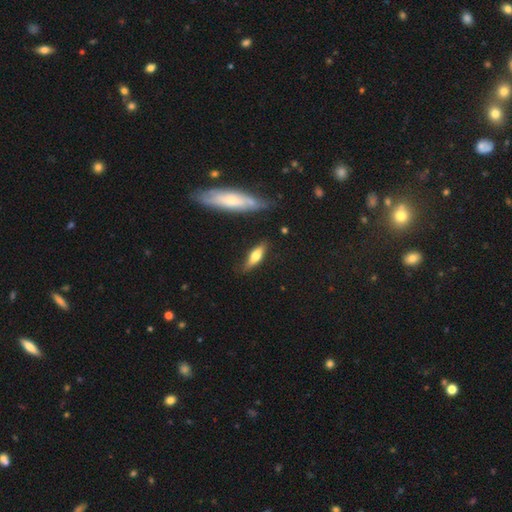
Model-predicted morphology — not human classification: smooth_or_featured: smooth (p=0.59) [alt: featured or disk p=0.35]
how_rounded: cigar-shaped (p=0.50) [alt: in between p=0.47]
merging: none (p=0.77) [alt: minor disturbance p=0.16]